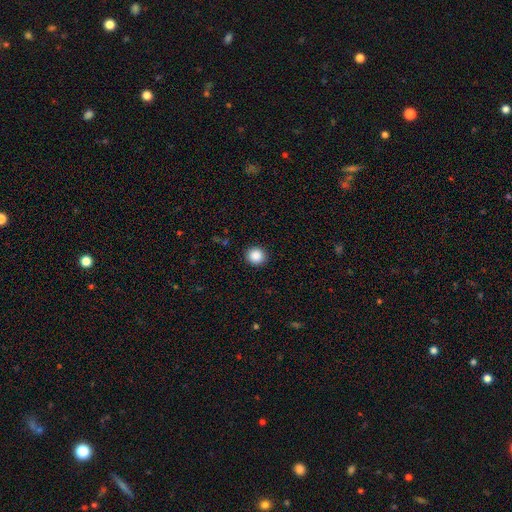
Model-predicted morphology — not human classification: smooth 88%, star or artifact 9%, featured or disk 3%. Down the decision tree: how rounded — round (90%); merging — none (91%).